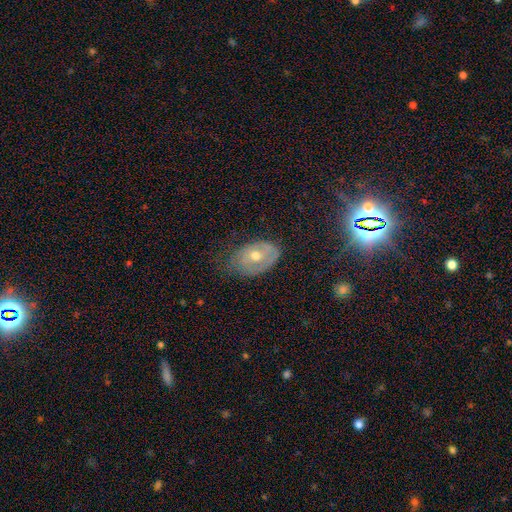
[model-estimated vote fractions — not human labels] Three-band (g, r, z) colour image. It shows a featured or disk galaxy (52%). Merging: none (52%).